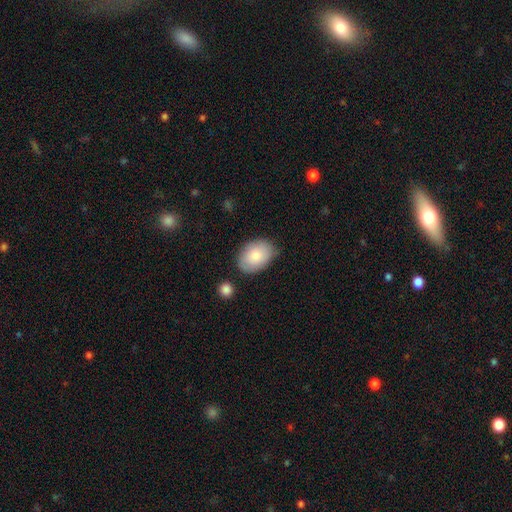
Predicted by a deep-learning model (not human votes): A smooth galaxy with no disk features (82%) that is in between round and cigar-shaped (84%).

Vote fractions:
- Smooth or featured? smooth: 82% / featured or disk: 12% / star or artifact: 6%
- How rounded? in between: 84% / round: 15% / cigar-shaped: 1%
- Merging? none: 76% / minor disturbance: 18% / major disturbance: 3% / merger: 3%